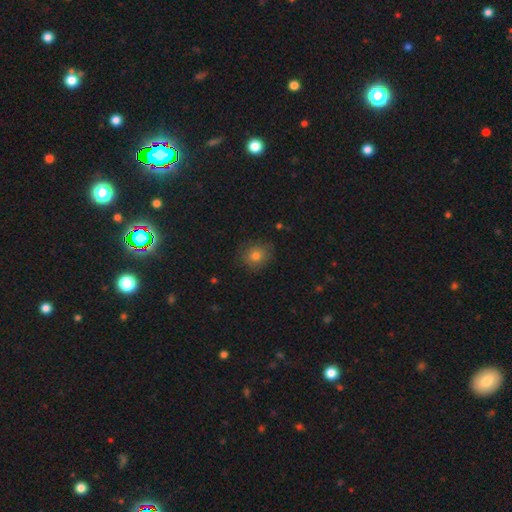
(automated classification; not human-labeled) A smooth galaxy with no disk features (78%) that is round (81%).

Vote fractions:
- Smooth or featured? smooth: 78% / star or artifact: 12% / featured or disk: 10%
- How rounded? round: 81% / in between: 18% / cigar-shaped: 1%
- Merging? none: 80% / minor disturbance: 15% / major disturbance: 4% / merger: 1%